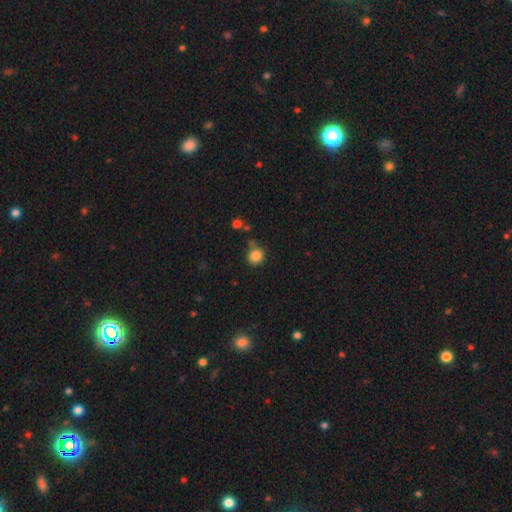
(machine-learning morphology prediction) Overall: smooth (84%). How rounded: round (83%). Merging: none (69%).